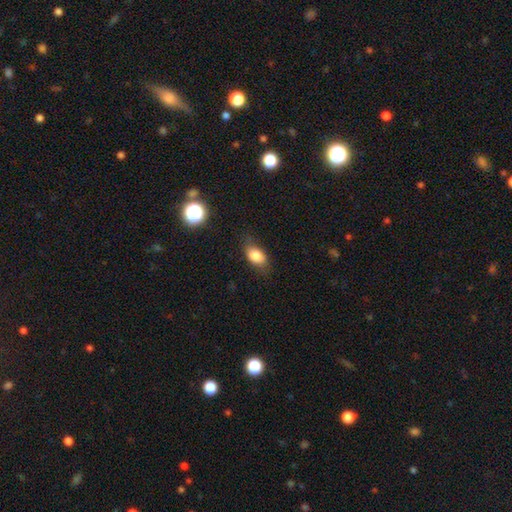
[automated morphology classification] This appears to be a smooth galaxy with no disk features (82%) that is in between round and cigar-shaped (87%). Merging: none (72%).